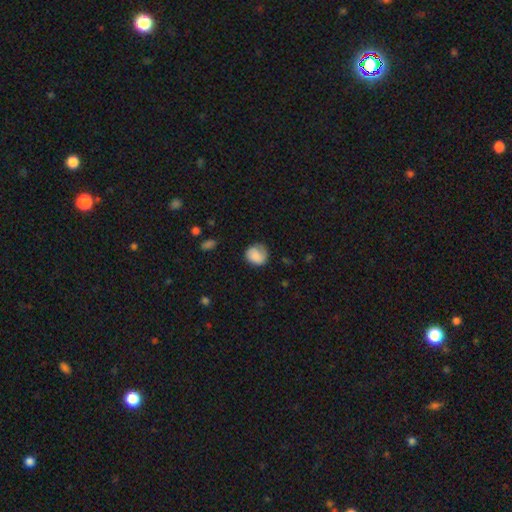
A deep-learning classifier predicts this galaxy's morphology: smooth-or-featured: smooth: 79% | featured or disk: 14% | star or artifact: 7%
  how-rounded: round: 77% | in between: 22% | cigar-shaped: 1%
  merging: none: 64% | minor disturbance: 26% | major disturbance: 9% | merger: 1%